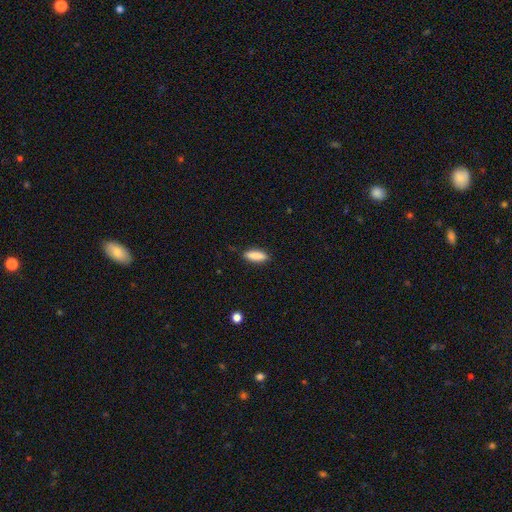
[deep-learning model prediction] This appears to be a smooth galaxy with no disk features (87%) that is in between round and cigar-shaped (54%). Merging: none (87%).